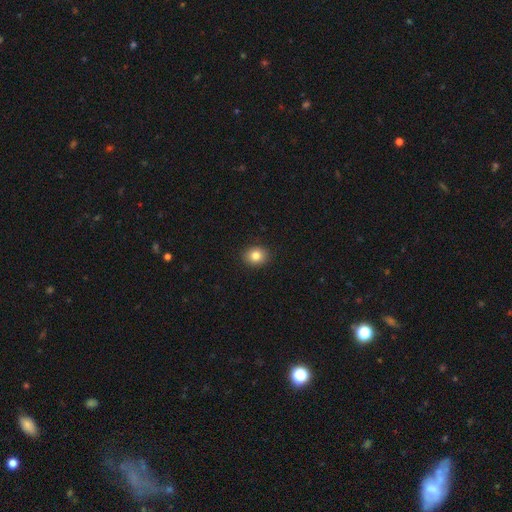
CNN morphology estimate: This appears to be a smooth galaxy with no disk features (83%) that is round (64%). Merging: none (91%).